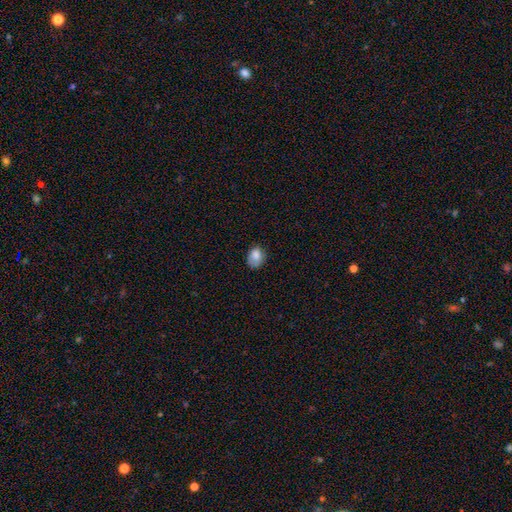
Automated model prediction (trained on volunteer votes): smooth_or_featured: smooth (p=0.81) [alt: featured or disk p=0.10]
how_rounded: in between (p=0.66) [alt: round p=0.33]
merging: none (p=0.59) [alt: minor disturbance p=0.29]